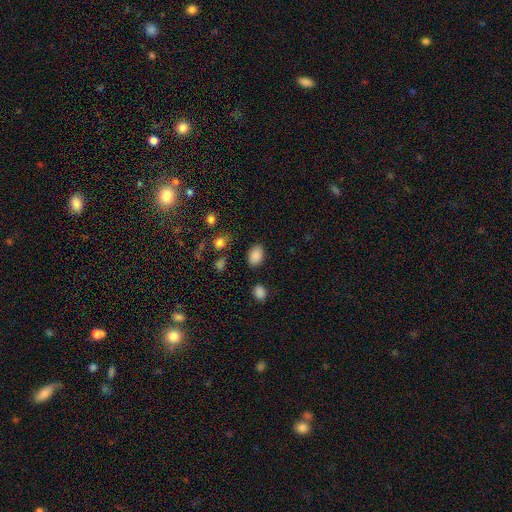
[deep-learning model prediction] A smooth galaxy with no disk features (87%) that is in between round and cigar-shaped (84%).

Vote fractions:
- Smooth or featured? smooth: 87% / star or artifact: 9% / featured or disk: 4%
- How rounded? in between: 84% / round: 15% / cigar-shaped: 1%
- Merging? none: 83% / minor disturbance: 11% / major disturbance: 3% / merger: 3%